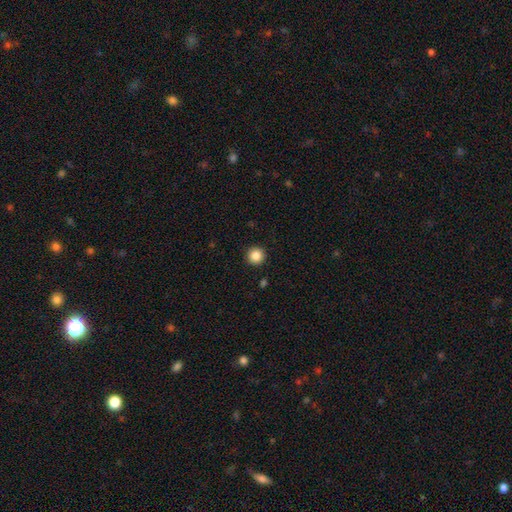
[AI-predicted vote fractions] Q: Smooth or featured?
A: smooth (86%); runner-up: star or artifact (10%)
Q: How rounded?
A: round (96%); runner-up: in between (3%)
Q: Merging?
A: none (93%); runner-up: minor disturbance (4%)